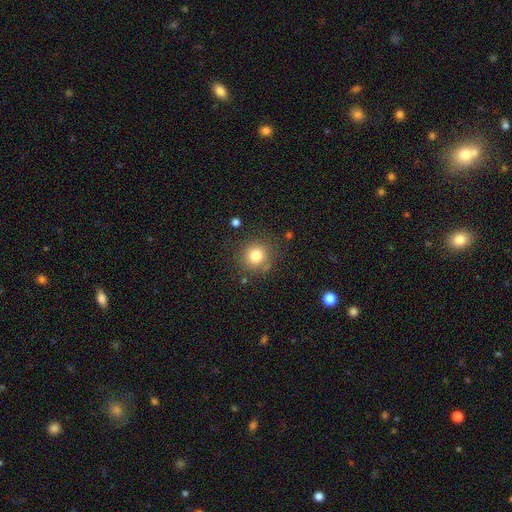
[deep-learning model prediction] Smooth or featured: smooth — 79% (star or artifact — 12%)
How rounded: round — 90% (in between — 9%)
Merging: none — 82% (minor disturbance — 11%)